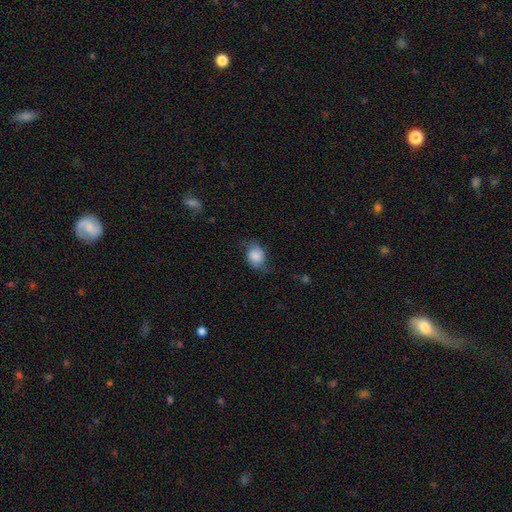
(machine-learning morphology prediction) The model was most divided on "how rounded": in between: 58%, round: 41%, cigar-shaped: 1%. More confident: smooth or featured — smooth (77%); merging — none (61%).